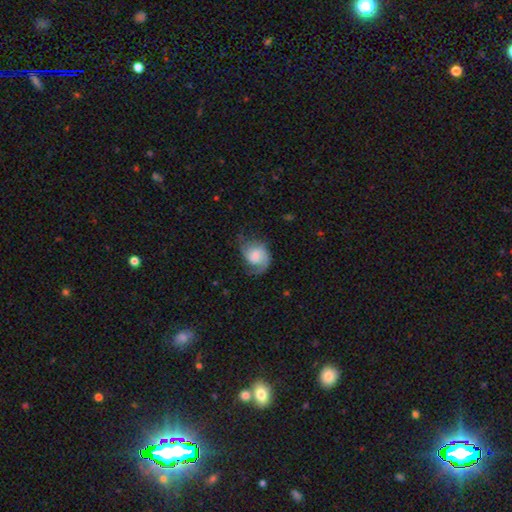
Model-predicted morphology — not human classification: Smooth or featured? Predicted: featured or disk (p=0.57). Edge-on disk? Predicted: no (p=0.97). Bar? Predicted: no (p=0.61). Spiral arms? Predicted: yes (p=0.89). Bulge size? Predicted: moderate (p=0.34). Merging? Predicted: none (p=0.45).